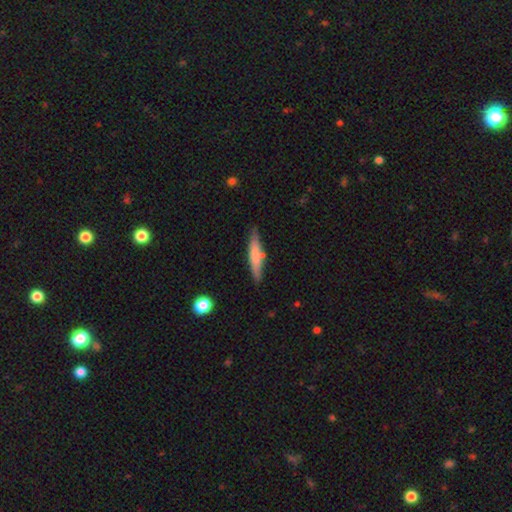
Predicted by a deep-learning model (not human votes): A smooth galaxy with no disk features (66%) that is cigar-shaped (88%).

Vote fractions:
- Smooth or featured? smooth: 66% / featured or disk: 28% / star or artifact: 6%
- How rounded? cigar-shaped: 88% / in between: 10% / round: 1%
- Merging? none: 79% / minor disturbance: 14% / merger: 5% / major disturbance: 3%